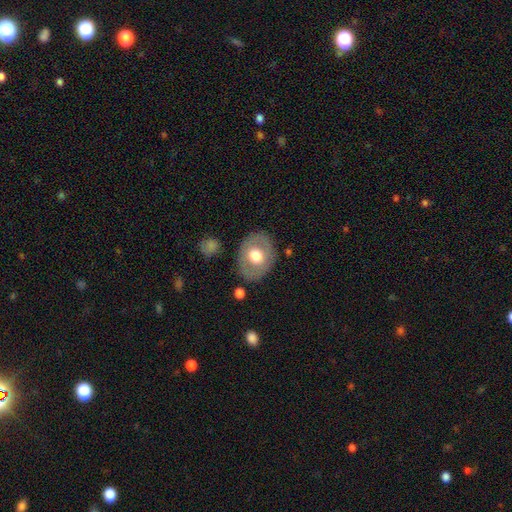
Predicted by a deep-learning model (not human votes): This appears to be a smooth galaxy with no disk features (56%) that is in between round and cigar-shaped (60%). Merging: none (81%).